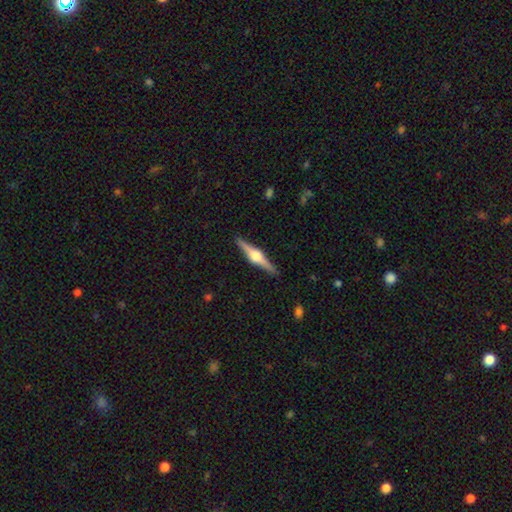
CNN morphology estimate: This is clearly a featured or disk galaxy (82%). It is clearly viewed edge-on (98%). Edge-on bulge: clearly rounded (94%). Merging: clearly none (91%).